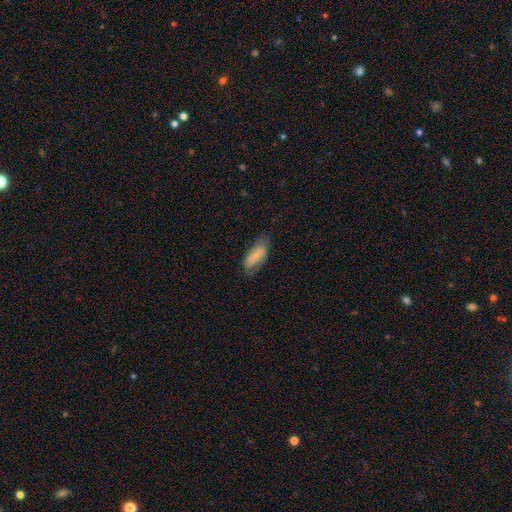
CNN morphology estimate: This is likely a smooth galaxy (66%). How rounded: clearly in between (81%). Merging: likely none (61%).